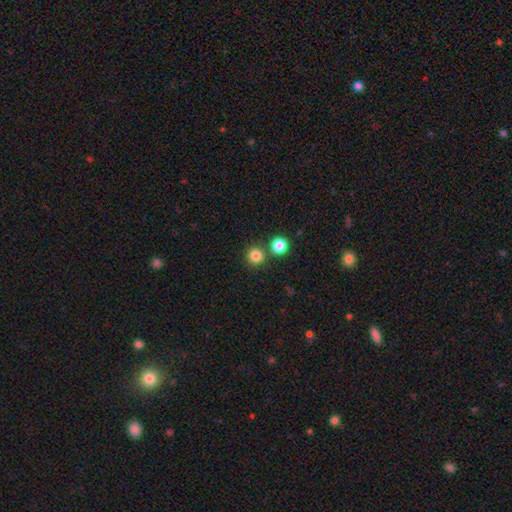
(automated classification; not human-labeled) Smooth or featured? smooth (83%)
How rounded? round (94%)
Merging? none (79%)